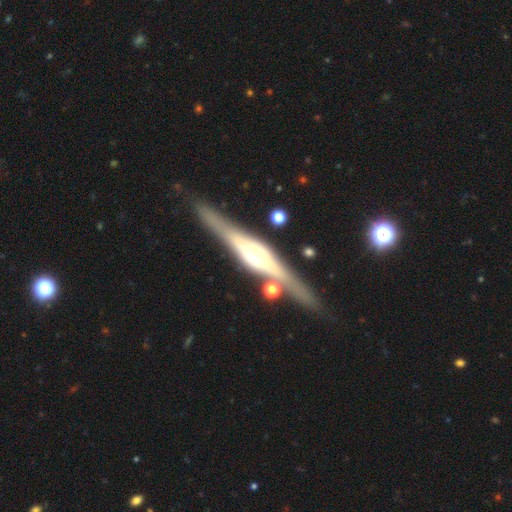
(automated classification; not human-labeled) featured or disk 80%, smooth 14%, star or artifact 6%. Down the decision tree: edge-on disk — yes (96%); edge-on bulge — rounded (78%); merging — none (82%).